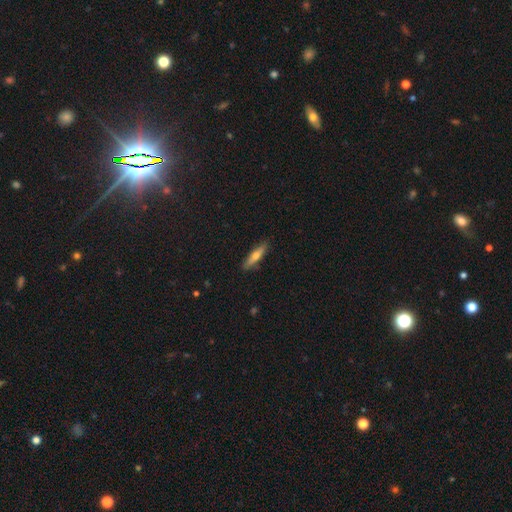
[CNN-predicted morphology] A smooth galaxy with no disk features (61%) that is cigar-shaped (80%). Merging: none (87%).